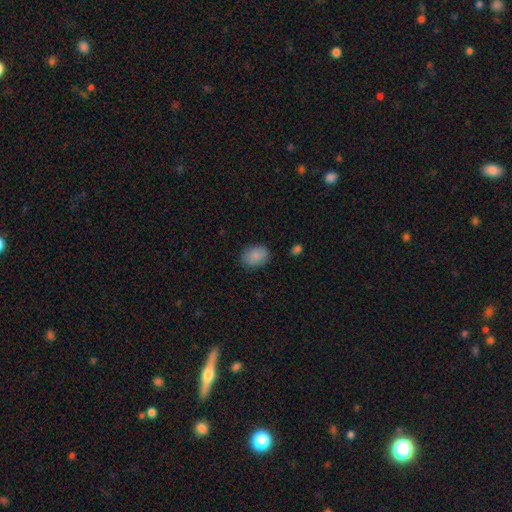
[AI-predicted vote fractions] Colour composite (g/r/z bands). It shows a smooth galaxy with no disk features (86%) that is in between round and cigar-shaped (66%). Merging: none (82%).